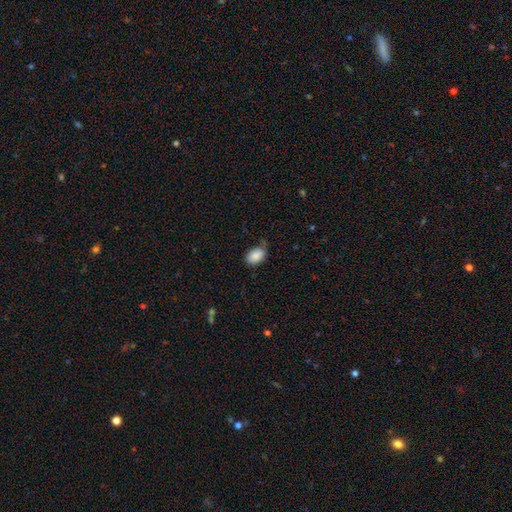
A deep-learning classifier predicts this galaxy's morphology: Overall: smooth (87%). How rounded: in between (87%). Merging: none (62%; minor disturbance 29%).